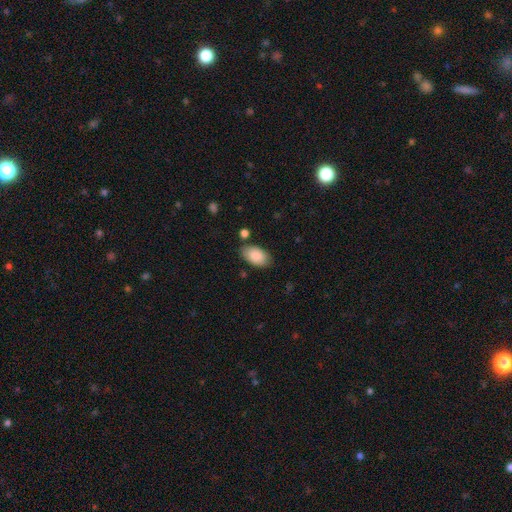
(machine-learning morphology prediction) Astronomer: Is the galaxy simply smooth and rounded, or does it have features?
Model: smooth — 88%.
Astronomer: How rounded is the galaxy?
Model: in between — 94%.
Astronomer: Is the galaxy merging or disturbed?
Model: none — 79%.